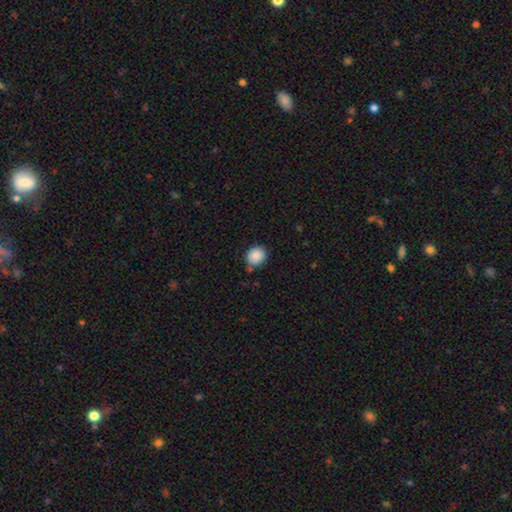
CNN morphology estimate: smooth_or_featured: smooth (p=0.88) [alt: star or artifact p=0.08]
how_rounded: round (p=0.79) [alt: in between p=0.20]
merging: none (p=0.79) [alt: minor disturbance p=0.14]